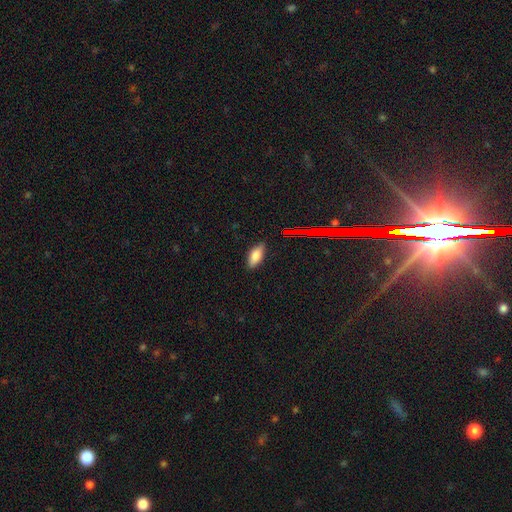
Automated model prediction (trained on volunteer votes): smooth-or-featured: smooth: 76% | featured or disk: 13% | star or artifact: 10%
  how-rounded: in between: 81% | cigar-shaped: 16% | round: 3%
  merging: none: 86% | minor disturbance: 11% | major disturbance: 2% | merger: 1%